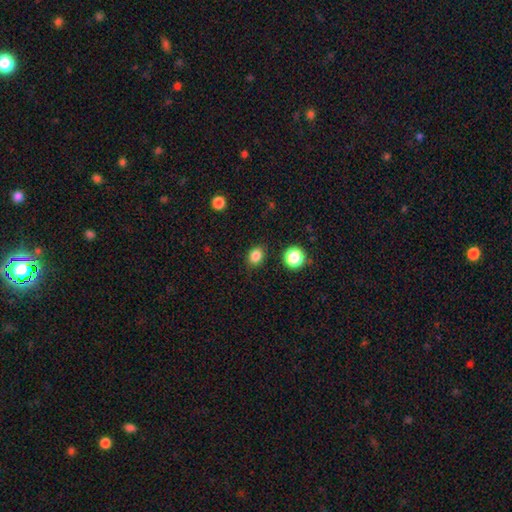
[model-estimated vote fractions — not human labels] Smooth or featured?
  - smooth: 84% *
  - star or artifact: 12%
  - featured or disk: 4%
How rounded?
  - in between: 50% *
  - round: 49%
  - cigar-shaped: 1%
Merging?
  - none: 86% *
  - minor disturbance: 9%
  - major disturbance: 3%
  - merger: 2%